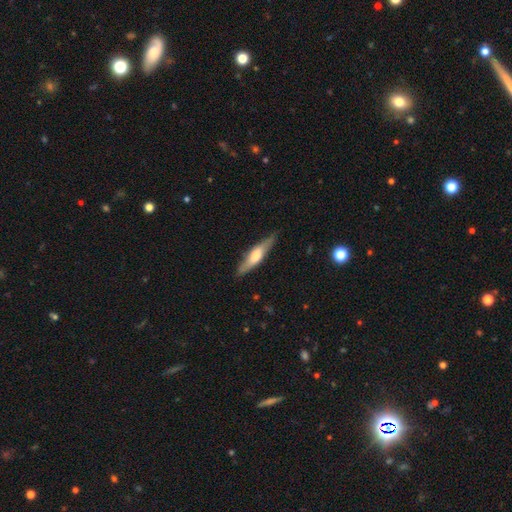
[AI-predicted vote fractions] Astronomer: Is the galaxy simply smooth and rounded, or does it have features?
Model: featured or disk — 48% (runner-up: smooth, 46%).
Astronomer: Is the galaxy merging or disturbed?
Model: none — 82%.